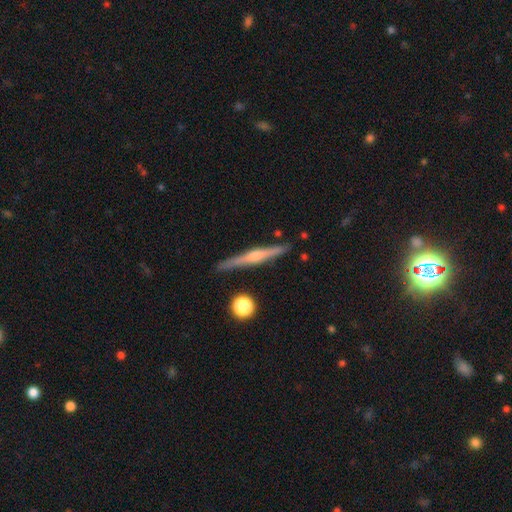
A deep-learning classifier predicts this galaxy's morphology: Overall: featured or disk (75%). Edge-on disk: yes (97%). Edge-on bulge: rounded (82%). Merging: none (88%).